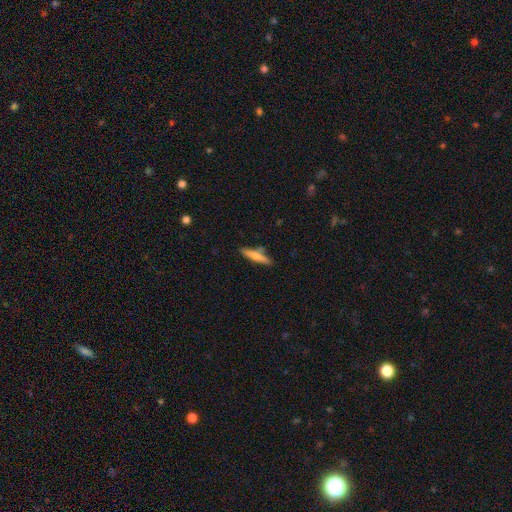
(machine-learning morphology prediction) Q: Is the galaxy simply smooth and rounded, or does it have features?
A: smooth — 59%.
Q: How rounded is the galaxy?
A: cigar-shaped — 87%.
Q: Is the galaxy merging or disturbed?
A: none — 80%.